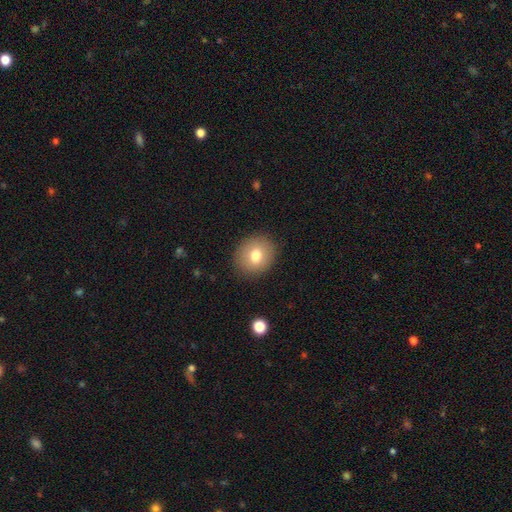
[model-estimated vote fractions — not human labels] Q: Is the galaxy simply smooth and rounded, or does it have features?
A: smooth — 75%.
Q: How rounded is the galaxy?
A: round — 70%.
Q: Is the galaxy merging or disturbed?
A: none — 88%.